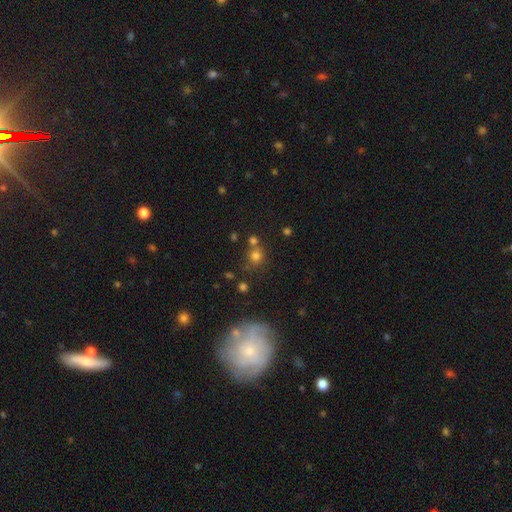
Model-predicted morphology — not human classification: Q: Smooth or featured?
A: smooth (72%); runner-up: star or artifact (19%)
Q: How rounded?
A: round (87%); runner-up: in between (12%)
Q: Merging?
A: none (60%); runner-up: merger (26%)